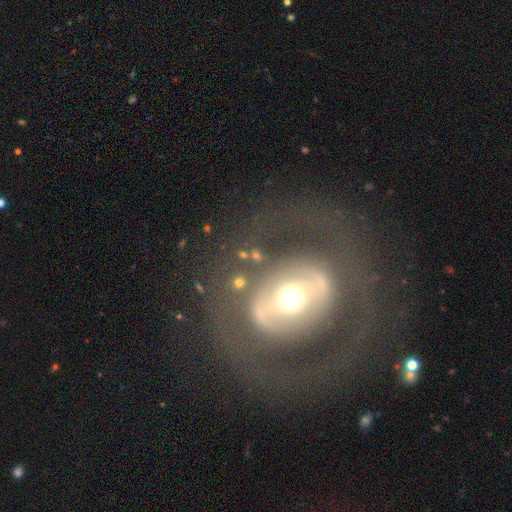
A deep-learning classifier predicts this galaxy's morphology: smooth-or-featured: featured or disk: 65% | smooth: 27% | star or artifact: 8%
  disk-edge-on: no: 94% | yes: 6%
    bar: no: 47% | strong: 29% | weak: 25%
    has-spiral-arms: no: 73% | yes: 27%
    bulge-size: moderate: 63% | large: 17% | small: 15% | dominant: 3% | none: 1%
  merging: none: 73% | major disturbance: 14% | minor disturbance: 11% | merger: 2%